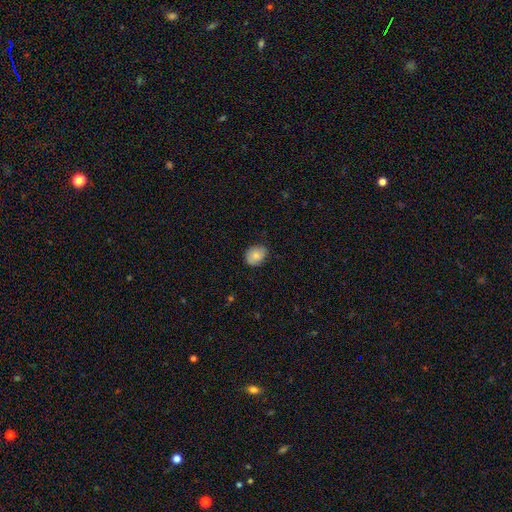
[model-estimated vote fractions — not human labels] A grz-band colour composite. It shows a smooth galaxy with no disk features (80%) that is in between round and cigar-shaped (57%). Merging: none (78%).